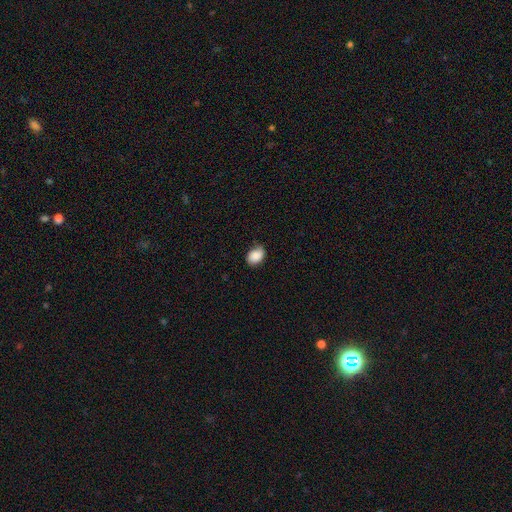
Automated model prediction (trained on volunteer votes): Overall: smooth (87%). How rounded: in between (77%). Merging: none (73%).